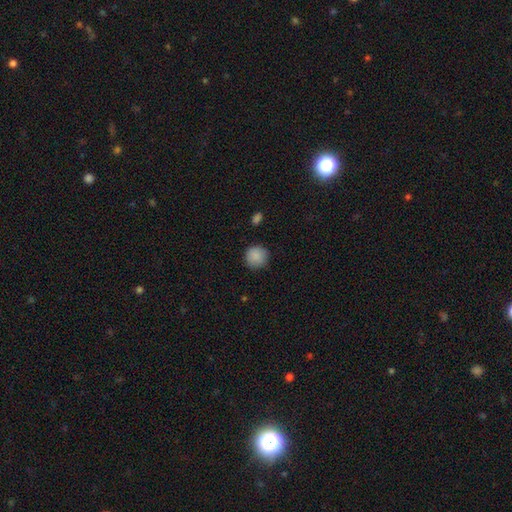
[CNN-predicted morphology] Overall: smooth (88%). How rounded: round (93%). Merging: none (87%).